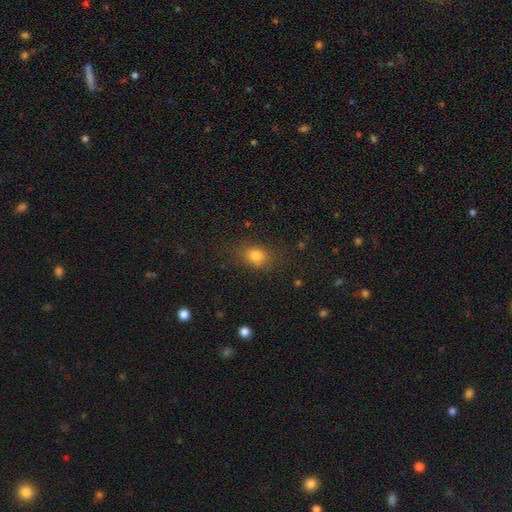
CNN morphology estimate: Smooth or featured: smooth — 80% (star or artifact — 13%)
How rounded: in between — 59% (round — 39%)
Merging: none — 74% (minor disturbance — 17%)